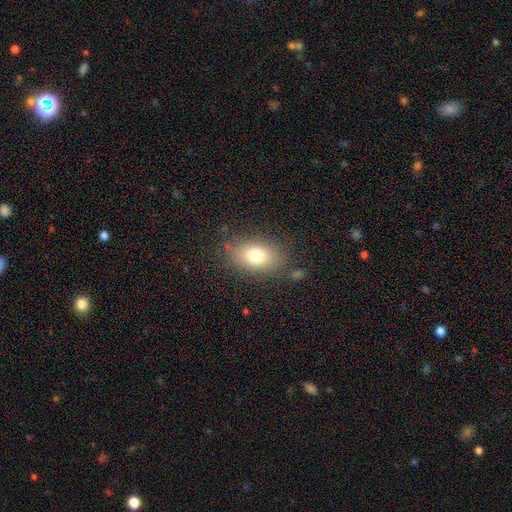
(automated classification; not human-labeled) This is likely a smooth galaxy (77%). How rounded: clearly in between (84%). Merging: likely none (79%).